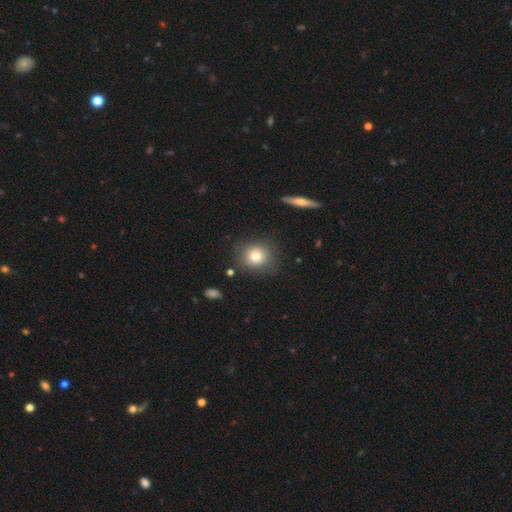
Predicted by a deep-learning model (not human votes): The model was most divided on "how rounded": round: 82%, in between: 17%, cigar-shaped: 1%. More confident: merging — none (83%); smooth or featured — smooth (77%).